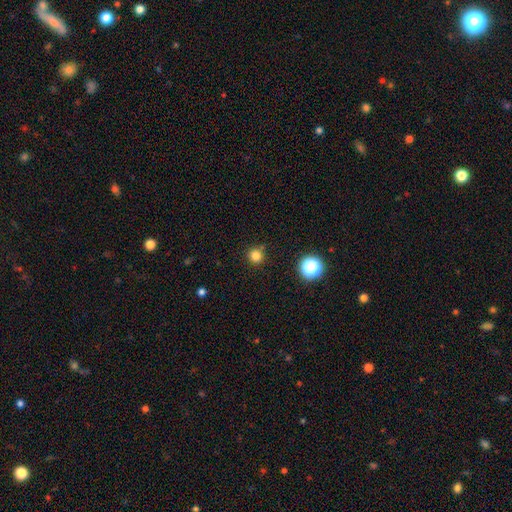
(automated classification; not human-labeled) Q: Smooth or featured?
A: smooth (80%); runner-up: star or artifact (15%)
Q: How rounded?
A: round (94%); runner-up: in between (5%)
Q: Merging?
A: none (83%); runner-up: minor disturbance (11%)